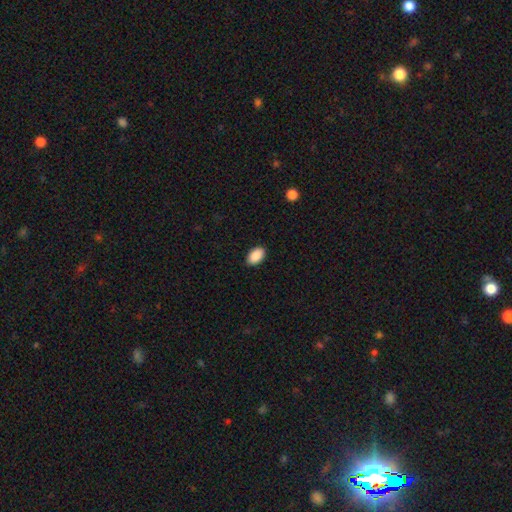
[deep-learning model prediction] Smooth or featured? smooth (90%)
How rounded? in between (94%)
Merging? none (89%)